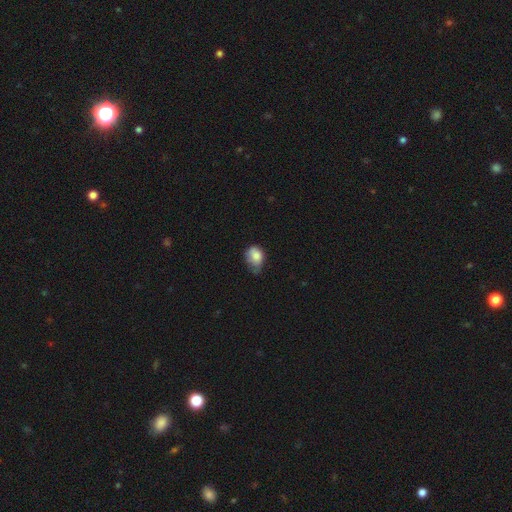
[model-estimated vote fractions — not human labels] Smooth or featured?
  - smooth: 80% *
  - featured or disk: 12%
  - star or artifact: 8%
How rounded?
  - in between: 69% *
  - round: 29%
  - cigar-shaped: 1%
Merging?
  - minor disturbance: 51% *
  - none: 29%
  - major disturbance: 17%
  - merger: 2%